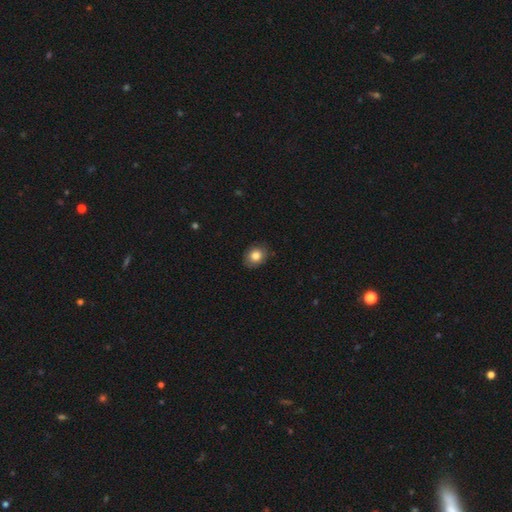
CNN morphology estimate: Smooth or featured?
  - smooth: 82% *
  - star or artifact: 9%
  - featured or disk: 9%
How rounded?
  - round: 52% *
  - in between: 47%
  - cigar-shaped: 1%
Merging?
  - none: 85% *
  - minor disturbance: 12%
  - major disturbance: 2%
  - merger: 1%